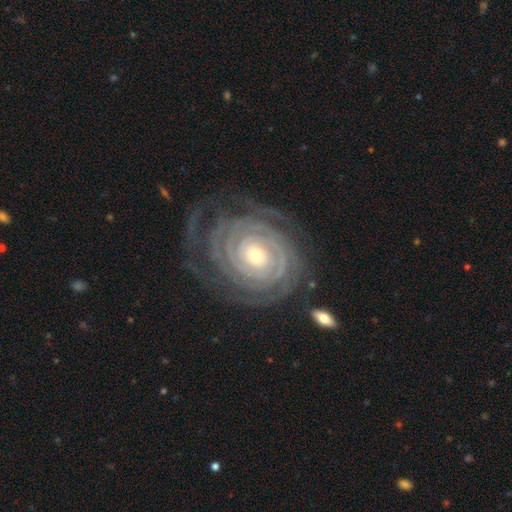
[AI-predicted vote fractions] smooth_or_featured: featured or disk (p=0.91) [alt: star or artifact p=0.05]
disk_edge_on: no (p=0.97) [alt: yes p=0.03]
bar: no (p=0.75) [alt: weak p=0.15]
has_spiral_arms: yes (p=0.98) [alt: no p=0.02]
spiral_winding: tight (p=0.90) [alt: medium p=0.08]
spiral_arm_count: can't tell (p=0.24) [tied with: 2 p=0.24]
bulge_size: small (p=0.64) [alt: moderate p=0.33]
merging: none (p=0.73) [alt: minor disturbance p=0.16]